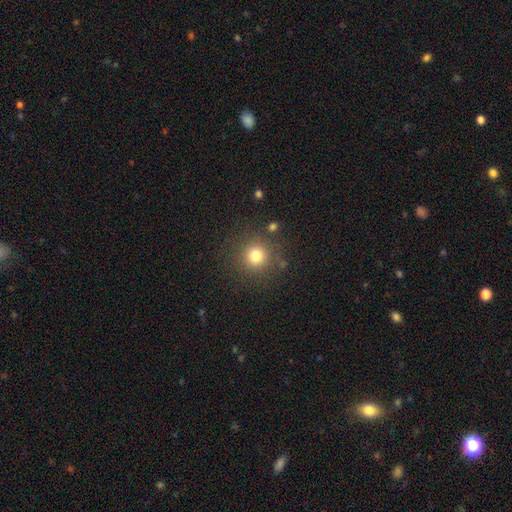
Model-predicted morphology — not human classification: A smooth galaxy with no disk features (78%) that is round (94%).

Vote fractions:
- Smooth or featured? smooth: 78% / star or artifact: 15% / featured or disk: 7%
- How rounded? round: 94% / in between: 5% / cigar-shaped: 1%
- Merging? none: 86% / minor disturbance: 8% / major disturbance: 4% / merger: 3%